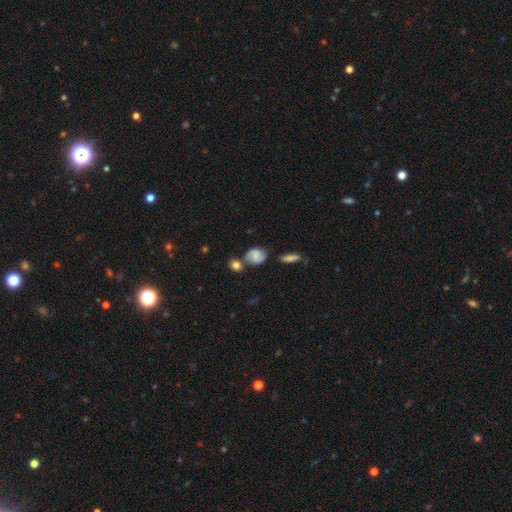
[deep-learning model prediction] Q: Smooth or featured?
A: featured or disk (47%); runner-up: smooth (43%)
Q: Merging?
A: none (57%); runner-up: merger (19%)